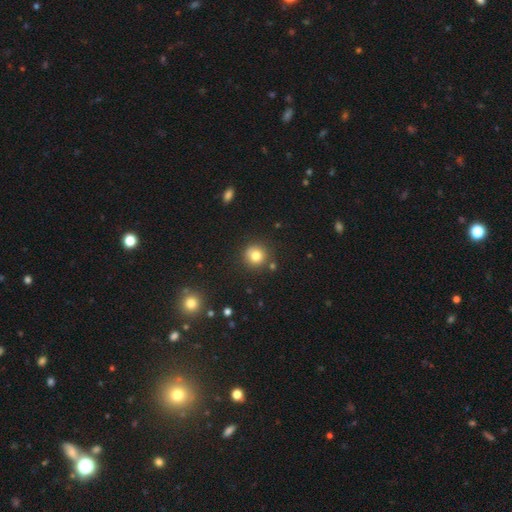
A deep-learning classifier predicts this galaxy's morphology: The model was most divided on "smooth or featured": smooth: 80%, star or artifact: 12%, featured or disk: 8%. More confident: how rounded — round (93%); merging — none (84%).